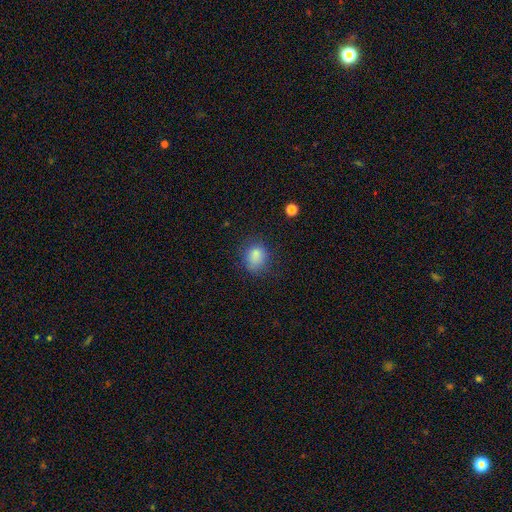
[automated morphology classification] smooth_or_featured: smooth (p=0.82) [alt: star or artifact p=0.12]
how_rounded: round (p=0.65) [alt: in between p=0.34]
merging: none (p=0.70) [alt: minor disturbance p=0.20]